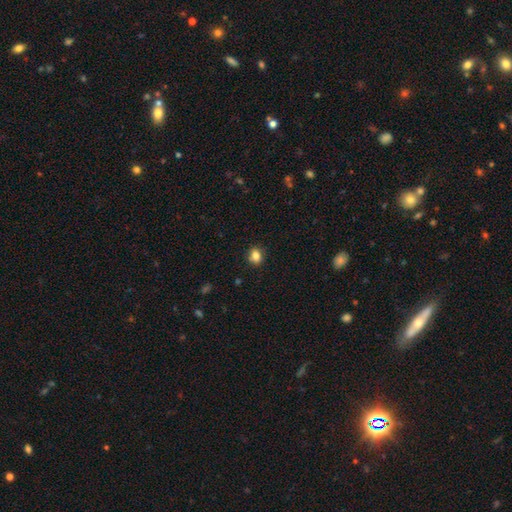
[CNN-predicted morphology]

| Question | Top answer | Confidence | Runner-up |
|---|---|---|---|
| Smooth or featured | smooth | 82% | star or artifact (11%) |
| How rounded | round | 62% | in between (37%) |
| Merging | none | 86% | minor disturbance (10%) |